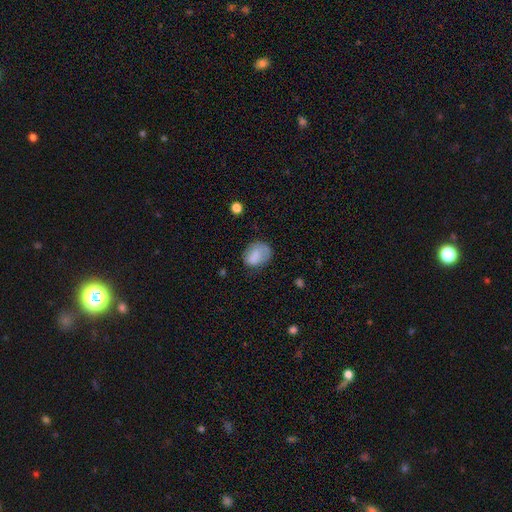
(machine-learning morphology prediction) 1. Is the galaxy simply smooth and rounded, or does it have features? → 79% smooth, 12% featured or disk, 8% star or artifact.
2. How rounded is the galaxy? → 61% in between, 38% round, 1% cigar-shaped.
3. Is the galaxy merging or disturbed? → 58% none, 28% minor disturbance, 12% major disturbance, 2% merger.